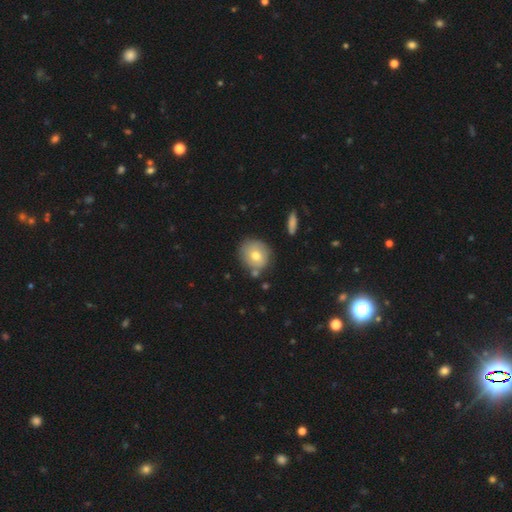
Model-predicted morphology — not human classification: Smooth or featured?
  - smooth: 71% *
  - featured or disk: 20%
  - star or artifact: 9%
How rounded?
  - round: 78% *
  - in between: 21%
  - cigar-shaped: 1%
Merging?
  - none: 74% *
  - minor disturbance: 15%
  - merger: 8%
  - major disturbance: 3%